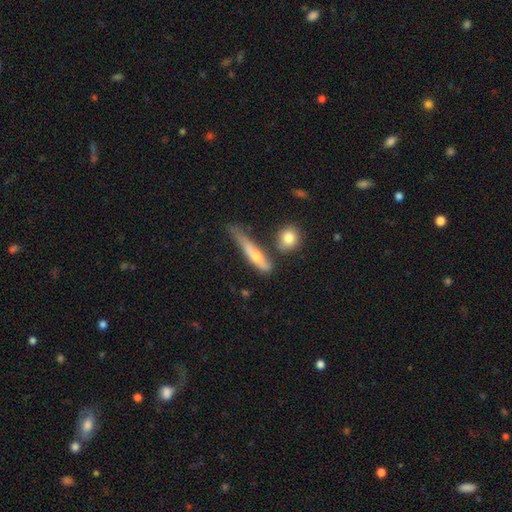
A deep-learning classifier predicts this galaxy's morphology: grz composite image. It shows a smooth galaxy with no disk features (51%) that is cigar-shaped (80%). Merging: none (37%).